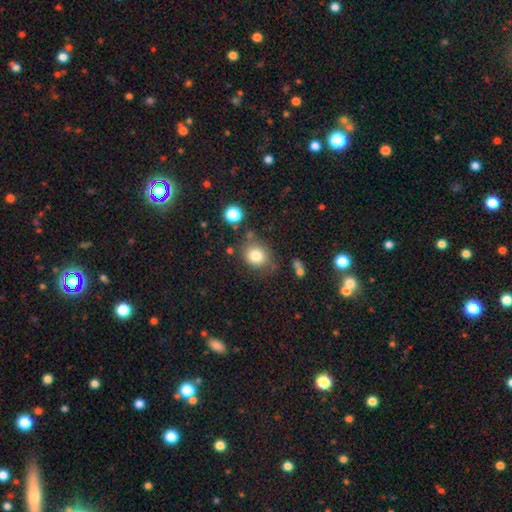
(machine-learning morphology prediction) smooth 80%, star or artifact 11%, featured or disk 9%. Down the decision tree: how rounded — round (74%); merging — none (71%).